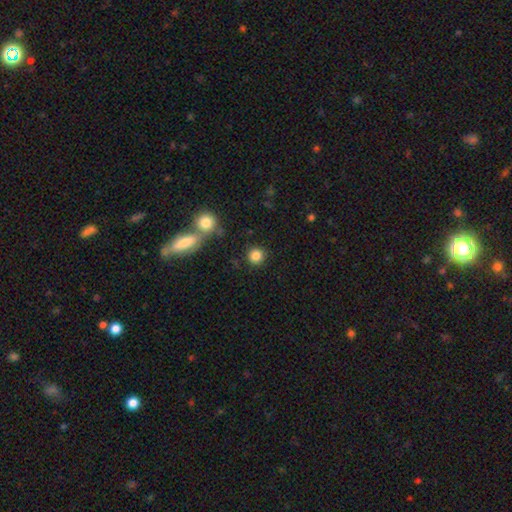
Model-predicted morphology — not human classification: Overall: smooth (84%). How rounded: round (92%). Merging: none (86%).